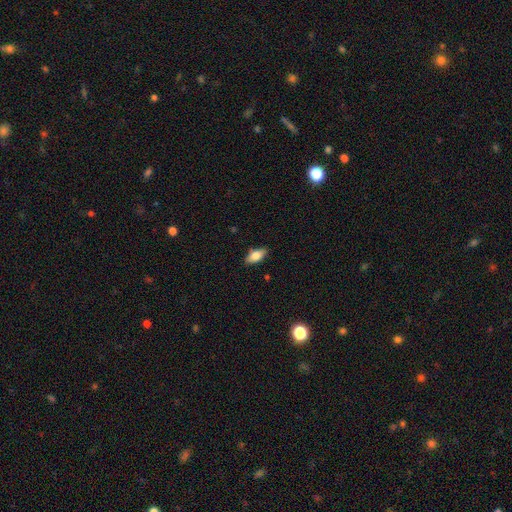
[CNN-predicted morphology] Q: Smooth or featured?
A: smooth (73%); runner-up: featured or disk (20%)
Q: How rounded?
A: in between (85%); runner-up: cigar-shaped (12%)
Q: Merging?
A: none (84%); runner-up: minor disturbance (13%)